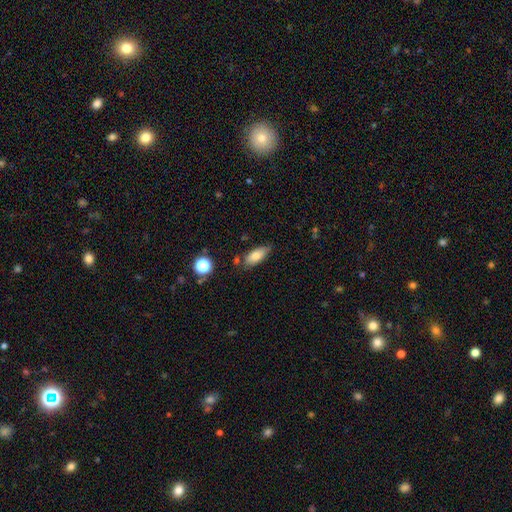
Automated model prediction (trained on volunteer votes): Smooth or featured: smooth — 76% (featured or disk — 16%)
How rounded: in between — 80% (cigar-shaped — 17%)
Merging: none — 74% (minor disturbance — 18%)